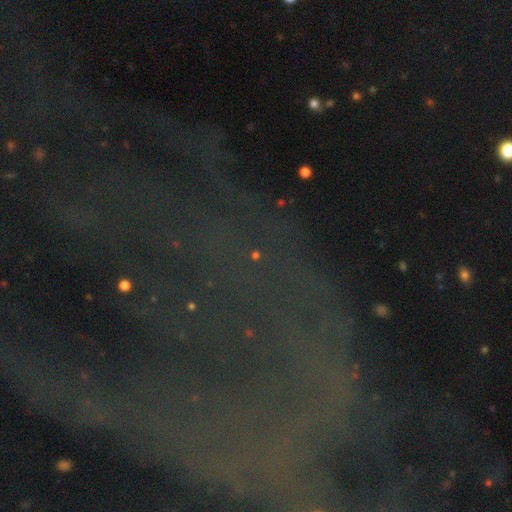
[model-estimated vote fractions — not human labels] smooth-or-featured: star or artifact: 77% | smooth: 14% | featured or disk: 9%